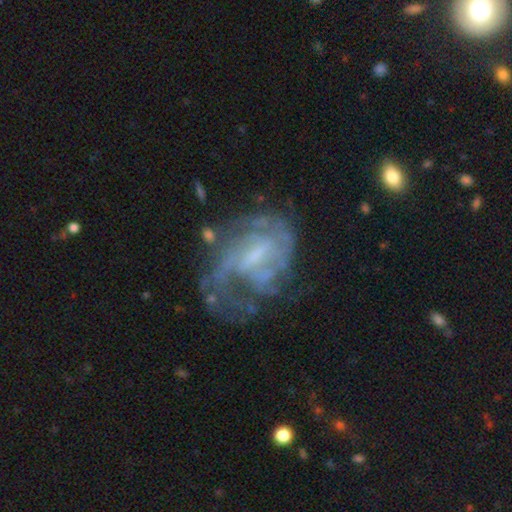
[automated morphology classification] Q: Smooth or featured?
A: featured or disk (80%); runner-up: smooth (12%)
Q: Edge-on disk?
A: no (97%); runner-up: yes (3%)
Q: Bar?
A: weak (54%); runner-up: no (26%)
Q: Spiral arms?
A: yes (82%); runner-up: no (18%)
Q: Spiral winding?
A: medium (41%); runner-up: tight (38%)
Q: Spiral arm count?
A: can't tell (42%); runner-up: 2 (23%)
Q: Bulge size?
A: small (40%); runner-up: moderate (28%)
Q: Merging?
A: none (40%); runner-up: major disturbance (34%)